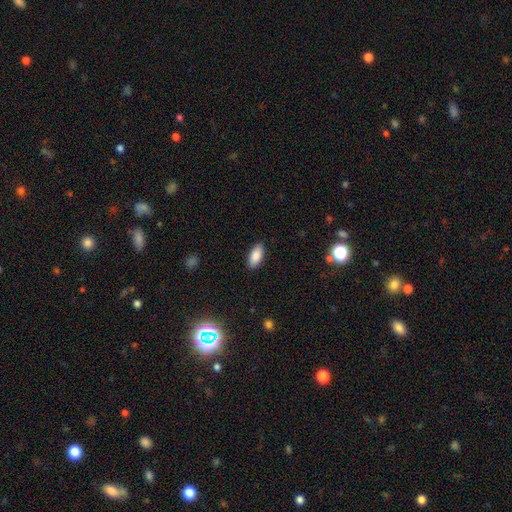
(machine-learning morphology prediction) type=smooth (87%); roundness=in between (87%); merging=none (88%).